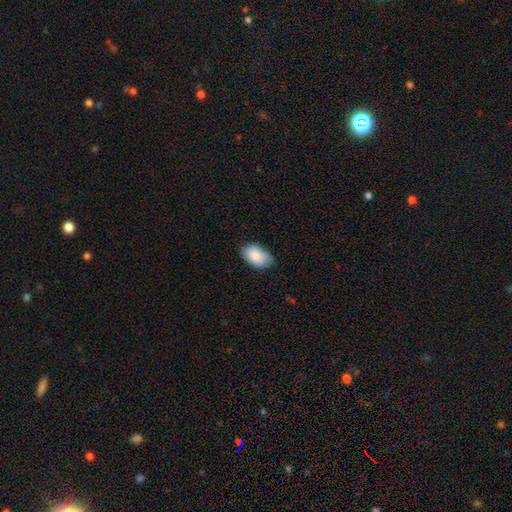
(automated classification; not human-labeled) Smooth or featured: smooth — 85% (featured or disk — 8%)
How rounded: in between — 92% (round — 6%)
Merging: none — 73% (minor disturbance — 22%)